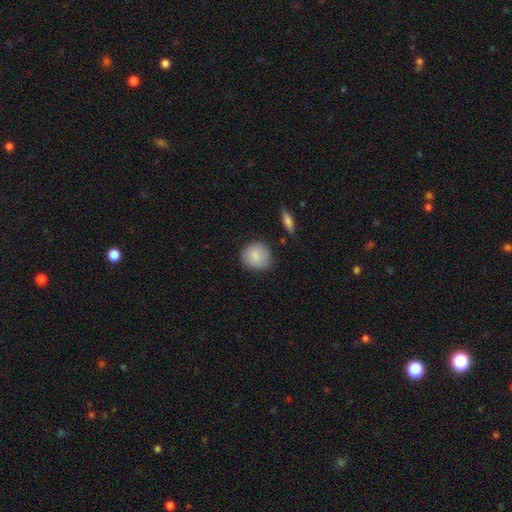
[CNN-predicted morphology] Smooth or featured? smooth (86%)
How rounded? round (87%)
Merging? none (79%)